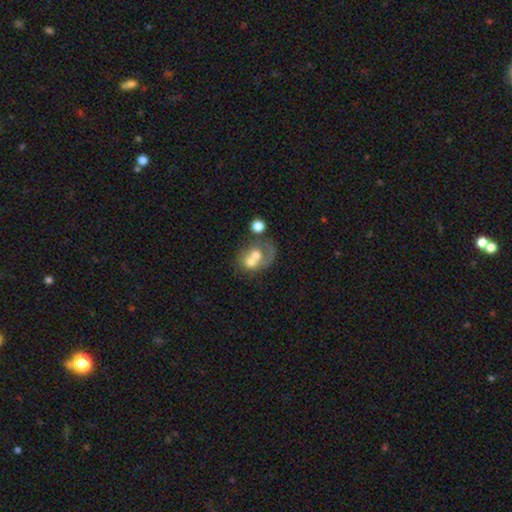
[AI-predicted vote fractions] This is possibly a smooth galaxy (51%). How rounded: possibly round (57%). Merging: likely merger (65%).